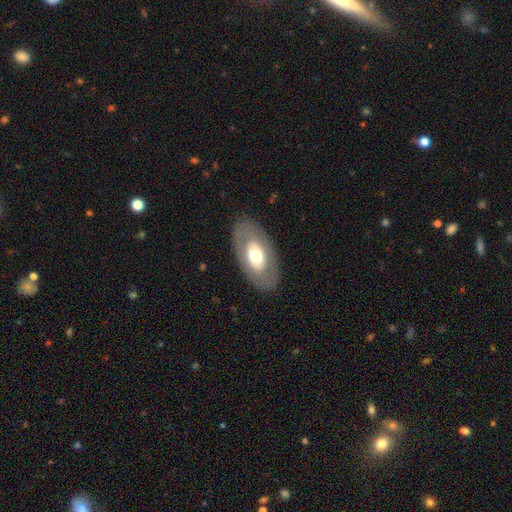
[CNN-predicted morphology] Smooth or featured? smooth (49%)
Merging? none (84%)